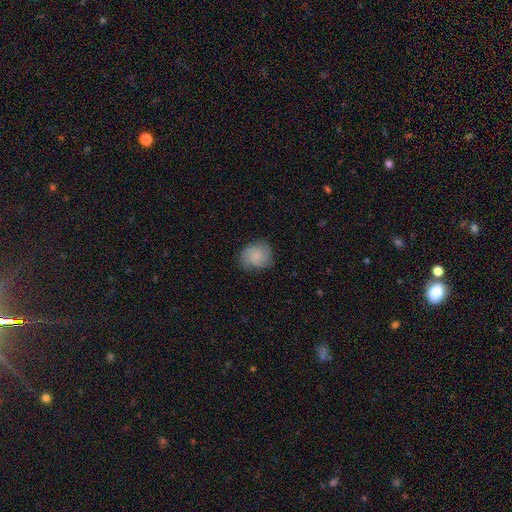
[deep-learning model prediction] A smooth galaxy with no disk features (55%) that is round (76%).

Vote fractions:
- Smooth or featured? smooth: 55% / featured or disk: 37% / star or artifact: 8%
- How rounded? round: 76% / in between: 23% / cigar-shaped: 1%
- Merging? none: 76% / minor disturbance: 18% / major disturbance: 5% / merger: 1%